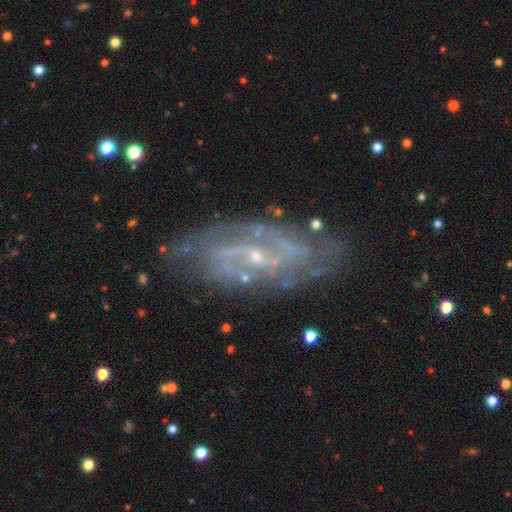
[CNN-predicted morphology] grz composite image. It shows a featured or disk galaxy (85%) with a weak bar (45%), 2 (41%) tight (43%) spiral arms (93%) and a small central bulge (78%). Merging: none (77%).